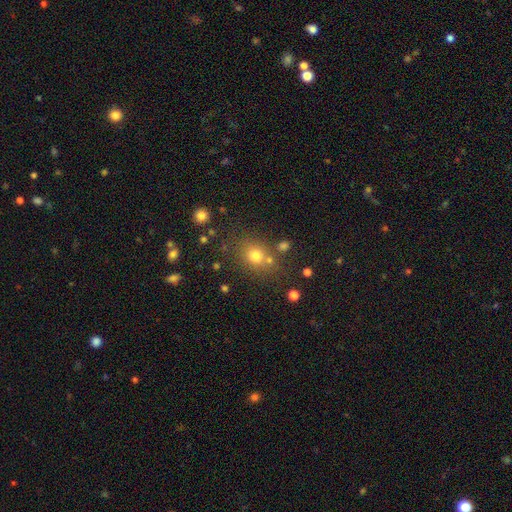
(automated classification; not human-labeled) Smooth or featured? Predicted: smooth (p=0.70). How rounded? Predicted: round (p=0.69). Merging? Predicted: none (p=0.71).